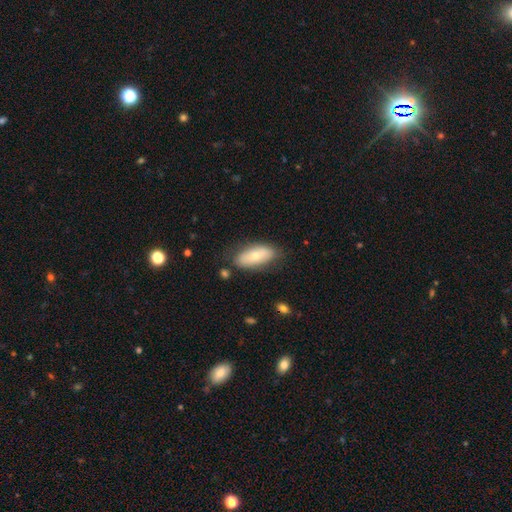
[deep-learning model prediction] Smooth or featured? Predicted: smooth (p=0.65). How rounded? Predicted: in between (p=0.85). Merging? Predicted: none (p=0.75).